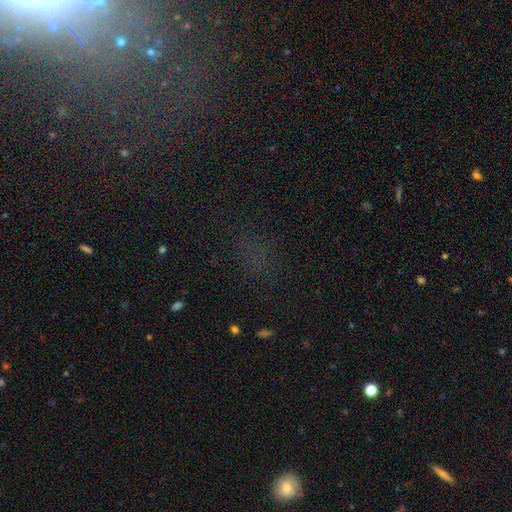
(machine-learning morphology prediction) Q: Smooth or featured?
A: star or artifact (58%); runner-up: smooth (28%)